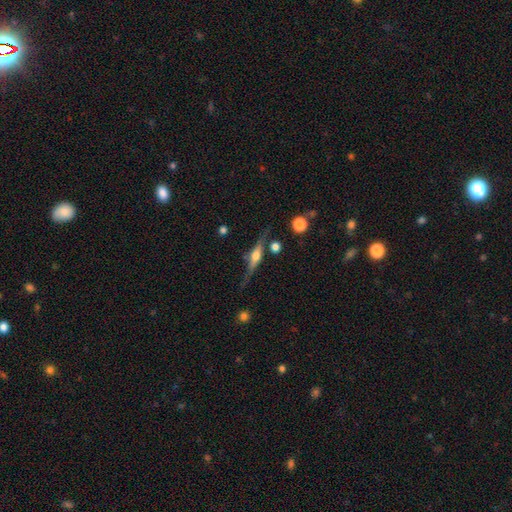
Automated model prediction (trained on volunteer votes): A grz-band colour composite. It shows a featured or disk galaxy (81%) viewed edge-on (97%) with a rounded central bulge (89%). Merging: none (78%).